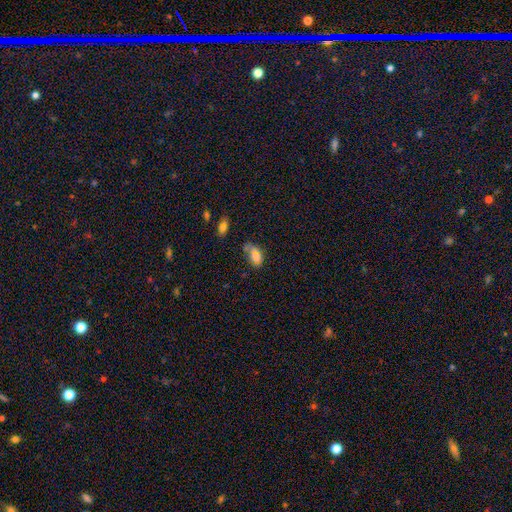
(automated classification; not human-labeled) smooth 73%, featured or disk 16%, star or artifact 11%. Down the decision tree: how rounded — in between (83%); merging — none (34%).